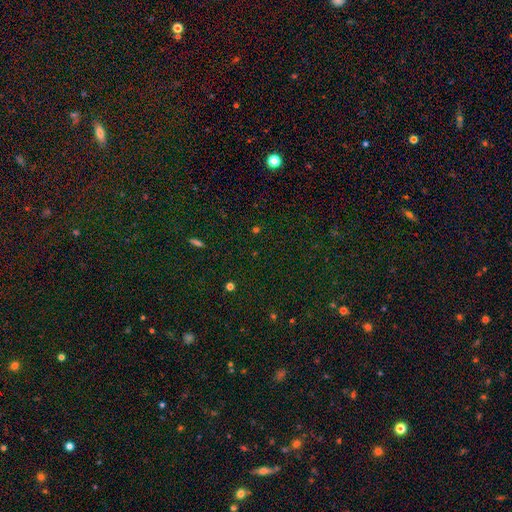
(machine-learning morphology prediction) Smooth or featured?
  - star or artifact: 73% *
  - smooth: 19%
  - featured or disk: 9%